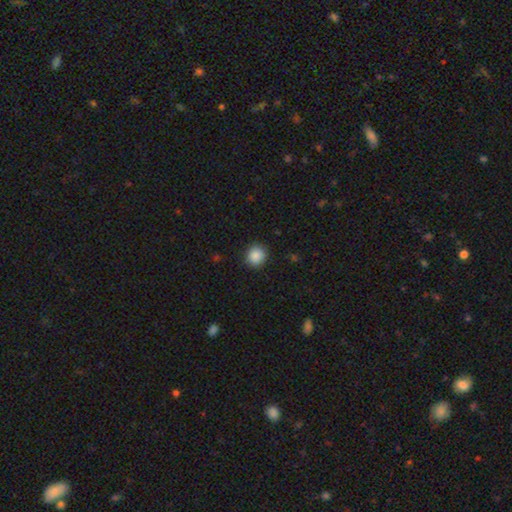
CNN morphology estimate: Smooth or featured?
  - smooth: 88% *
  - star or artifact: 9%
  - featured or disk: 3%
How rounded?
  - round: 87% *
  - in between: 12%
  - cigar-shaped: 1%
Merging?
  - none: 90% *
  - minor disturbance: 7%
  - major disturbance: 2%
  - merger: 1%